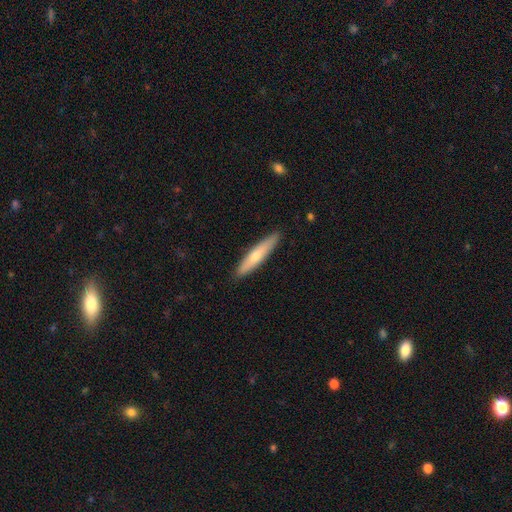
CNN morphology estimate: This is possibly a smooth galaxy (57%). How rounded: clearly cigar-shaped (89%). Merging: clearly none (90%).